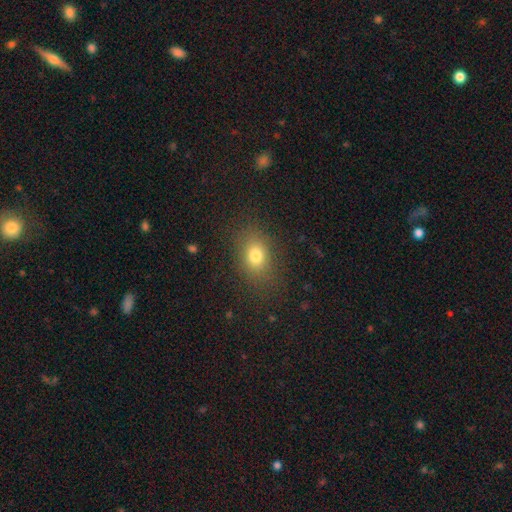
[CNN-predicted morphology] The model was most divided on "how rounded": in between: 68%, round: 30%, cigar-shaped: 2%. More confident: merging — none (81%); smooth or featured — smooth (77%).